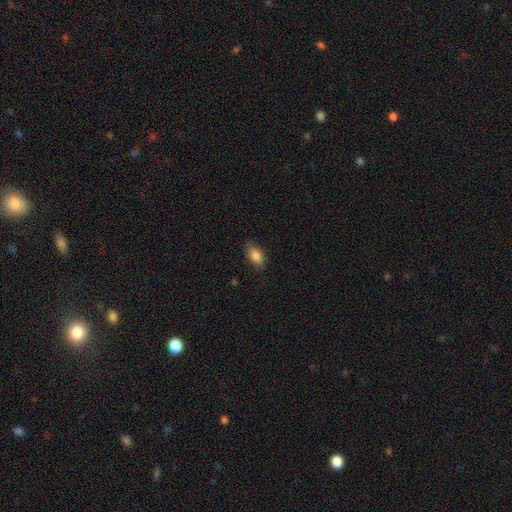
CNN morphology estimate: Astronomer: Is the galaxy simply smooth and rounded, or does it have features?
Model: smooth — 85%.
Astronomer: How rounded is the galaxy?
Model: in between — 90%.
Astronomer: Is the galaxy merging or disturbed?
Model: none — 82%.